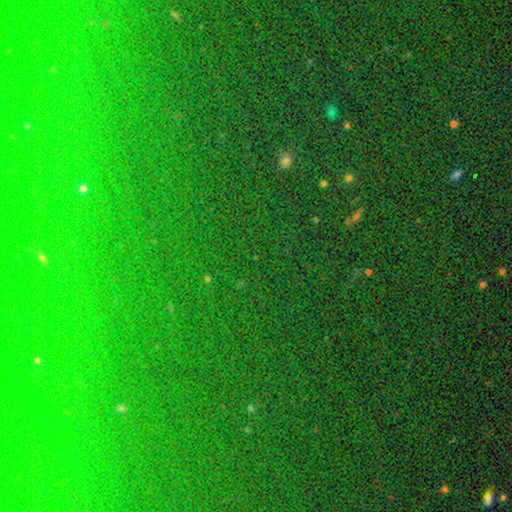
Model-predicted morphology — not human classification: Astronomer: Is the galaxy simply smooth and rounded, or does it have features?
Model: star or artifact — 83%.